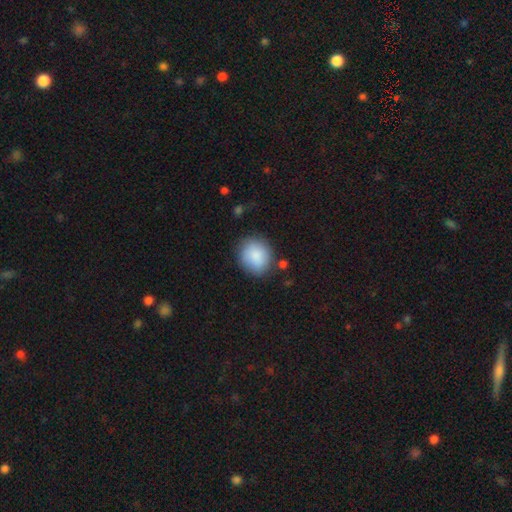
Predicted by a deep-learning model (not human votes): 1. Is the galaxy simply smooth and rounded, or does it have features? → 87% smooth, 7% featured or disk, 7% star or artifact.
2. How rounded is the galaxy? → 79% round, 20% in between, 1% cigar-shaped.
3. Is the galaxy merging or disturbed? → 77% none, 15% minor disturbance, 5% major disturbance, 4% merger.